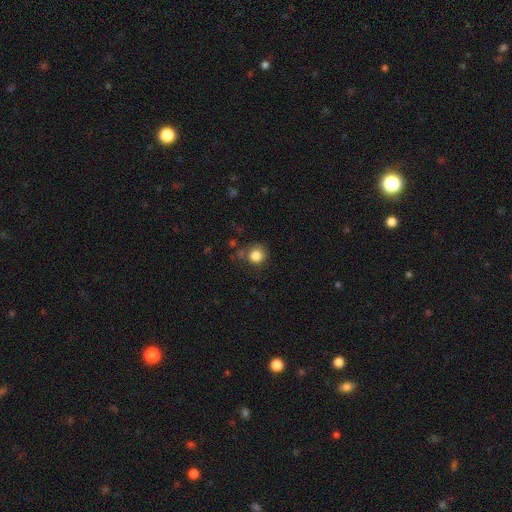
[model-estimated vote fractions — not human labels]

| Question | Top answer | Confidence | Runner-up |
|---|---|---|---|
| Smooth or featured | smooth | 84% | star or artifact (10%) |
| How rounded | round | 90% | in between (9%) |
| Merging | none | 71% | minor disturbance (17%) |